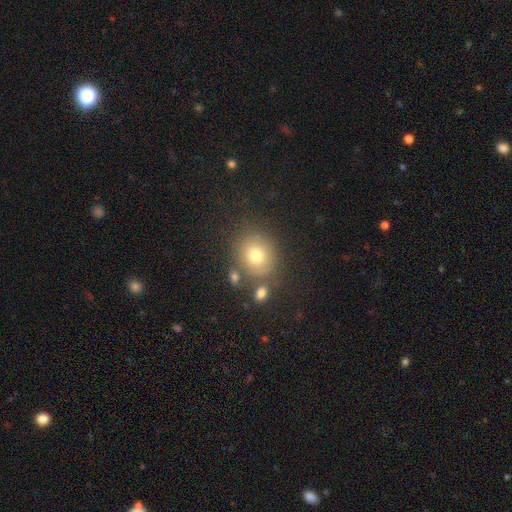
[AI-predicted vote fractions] This appears to be a smooth galaxy with no disk features (74%) that is round (81%). Merging: none (72%).